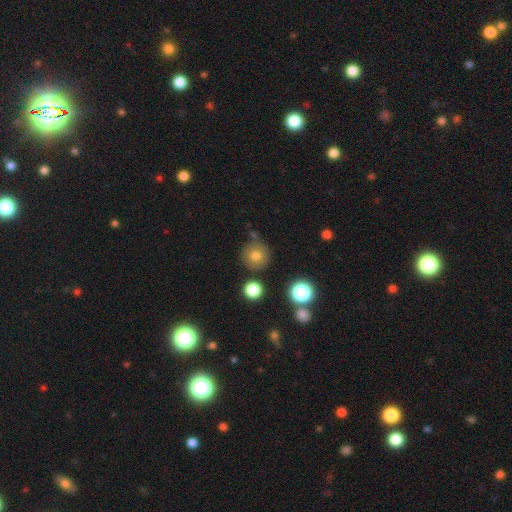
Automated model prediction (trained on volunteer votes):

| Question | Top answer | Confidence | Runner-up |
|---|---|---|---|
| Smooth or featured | smooth | 74% | star or artifact (14%) |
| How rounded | round | 94% | in between (5%) |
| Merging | none | 82% | minor disturbance (10%) |